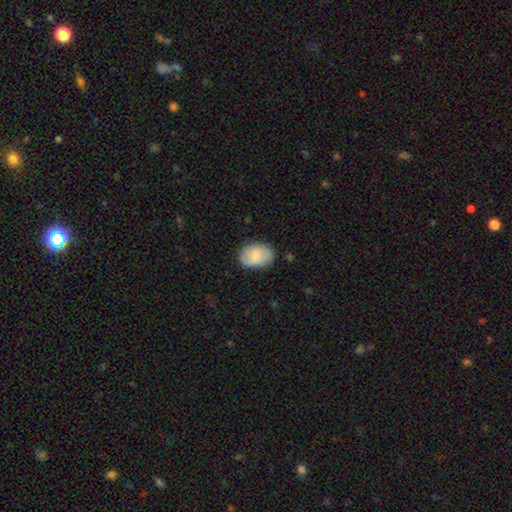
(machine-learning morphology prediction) This is likely a smooth galaxy (72%). How rounded: clearly in between (82%). Merging: likely none (75%).